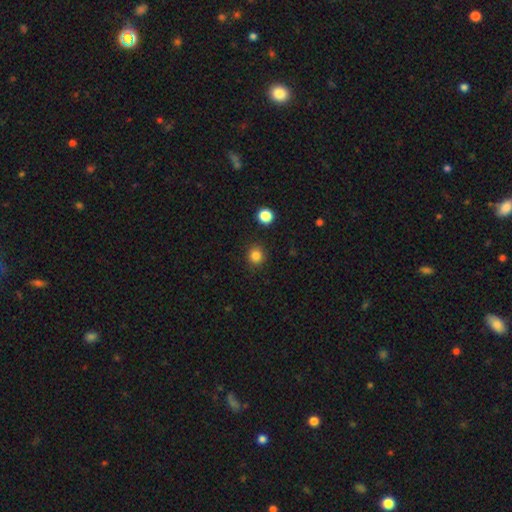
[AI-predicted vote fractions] A smooth galaxy with no disk features (84%) that is round (91%).

Vote fractions:
- Smooth or featured? smooth: 84% / star or artifact: 12% / featured or disk: 4%
- How rounded? round: 91% / in between: 8% / cigar-shaped: 1%
- Merging? none: 91% / minor disturbance: 6% / major disturbance: 2% / merger: 2%